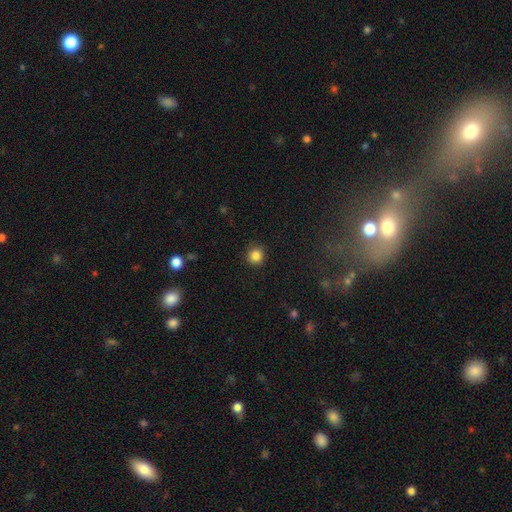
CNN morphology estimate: Smooth or featured: smooth — 85% (star or artifact — 11%)
How rounded: round — 92% (in between — 7%)
Merging: none — 89% (minor disturbance — 8%)